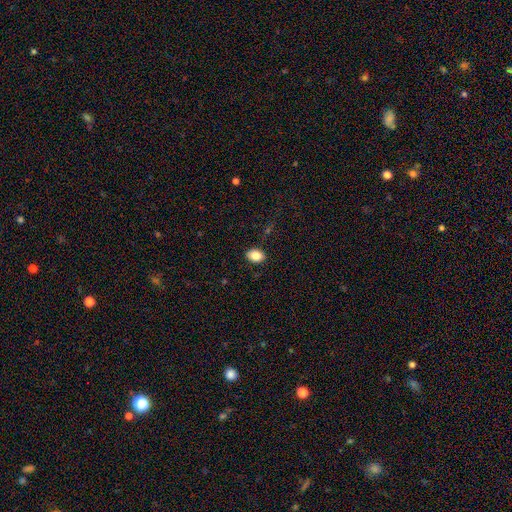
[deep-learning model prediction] The model was most divided on "how rounded": in between: 76%, round: 23%, cigar-shaped: 1%. More confident: merging — none (88%); smooth or featured — smooth (85%).